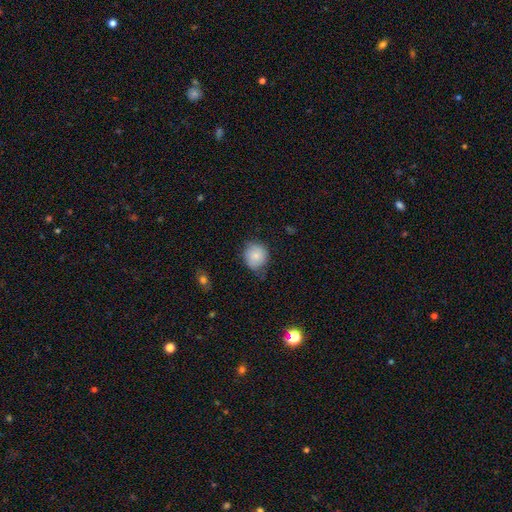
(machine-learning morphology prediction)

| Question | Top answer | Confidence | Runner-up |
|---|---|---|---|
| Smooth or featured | smooth | 78% | featured or disk (14%) |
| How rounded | round | 76% | in between (23%) |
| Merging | none | 60% | minor disturbance (32%) |